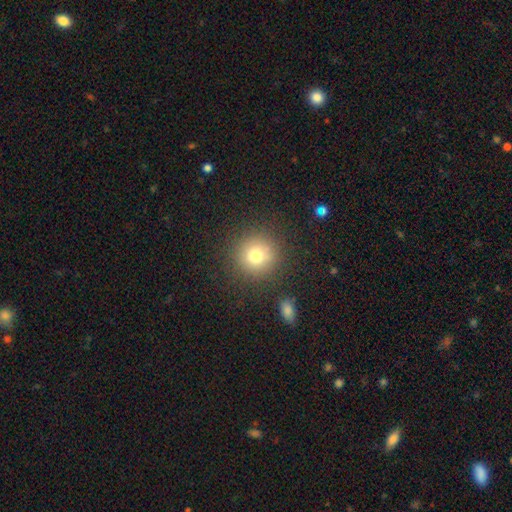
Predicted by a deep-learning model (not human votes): smooth 76%, star or artifact 14%, featured or disk 10%. Down the decision tree: how rounded — round (94%); merging — none (86%).